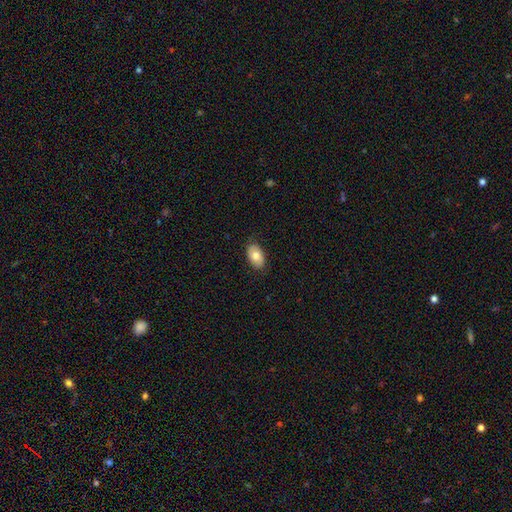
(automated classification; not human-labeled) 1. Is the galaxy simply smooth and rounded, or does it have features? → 76% smooth, 17% featured or disk, 7% star or artifact.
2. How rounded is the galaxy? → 92% in between, 6% round, 1% cigar-shaped.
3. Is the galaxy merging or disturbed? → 84% none, 13% minor disturbance, 2% major disturbance, 1% merger.